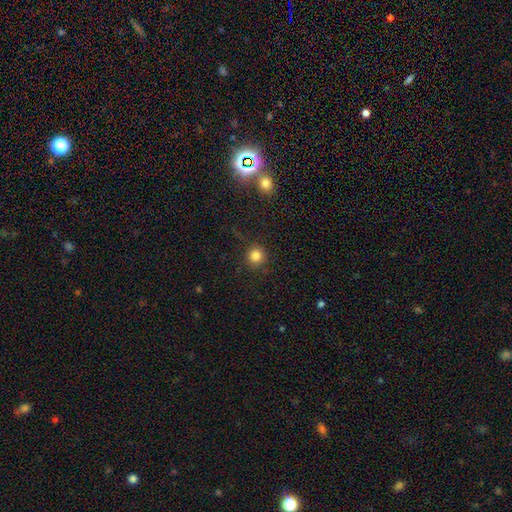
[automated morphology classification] This appears to be a smooth galaxy with no disk features (82%) that is round (94%). Merging: none (89%).